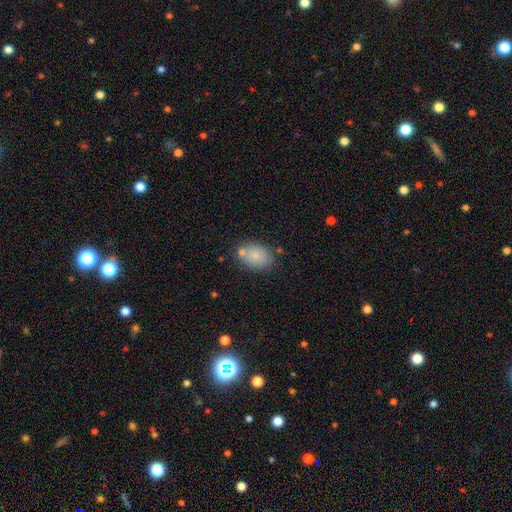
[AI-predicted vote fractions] Smooth or featured? Predicted: smooth (p=0.79). How rounded? Predicted: in between (p=0.78). Merging? Predicted: none (p=0.71).